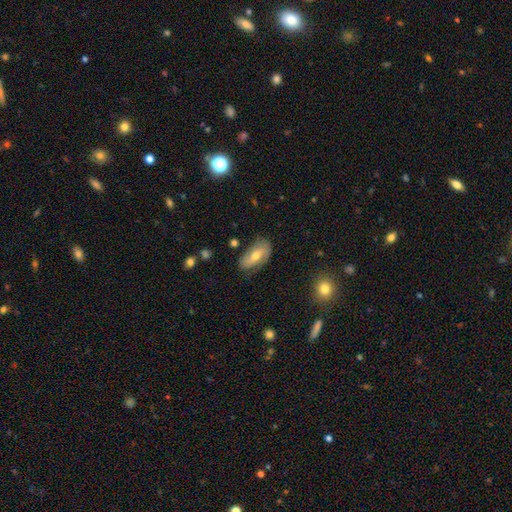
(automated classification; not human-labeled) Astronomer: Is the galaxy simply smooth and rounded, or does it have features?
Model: featured or disk — 50% (runner-up: smooth, 42%).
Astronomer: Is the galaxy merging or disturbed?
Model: none — 71%.